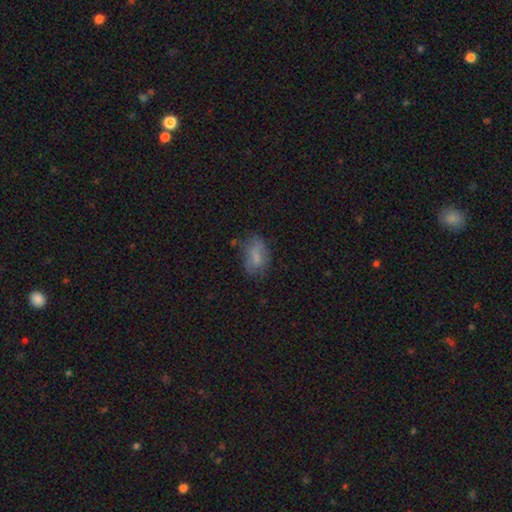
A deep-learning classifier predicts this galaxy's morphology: Smooth or featured? Predicted: smooth (p=0.64). How rounded? Predicted: in between (p=0.85). Merging? Predicted: none (p=0.54).